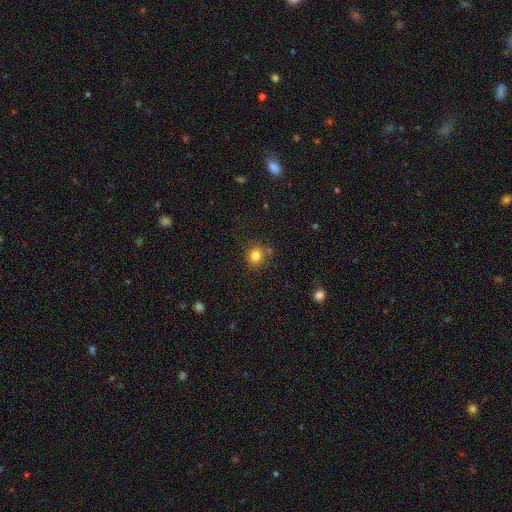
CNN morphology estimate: Smooth or featured? Predicted: smooth (p=0.82). How rounded? Predicted: round (p=0.77). Merging? Predicted: none (p=0.77).